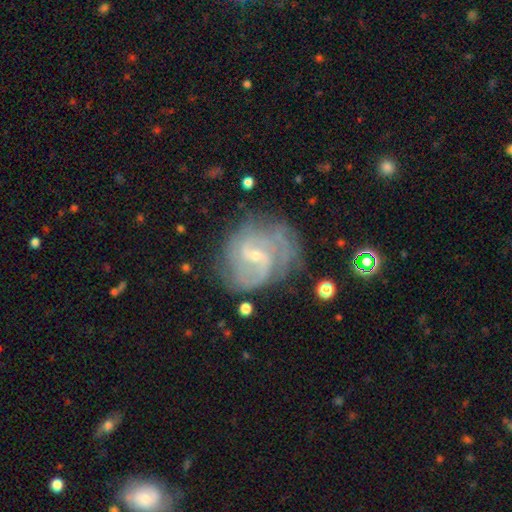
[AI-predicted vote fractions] The model was most divided on "spiral winding": medium: 48%, tight: 34%, loose: 17%. More confident: edge-on disk — no (98%); spiral arms — yes (95%); smooth or featured — featured or disk (85%); bulge size — small (74%); merging — none (64%); bar — weak (57%); spiral arm count — 2 (55%).